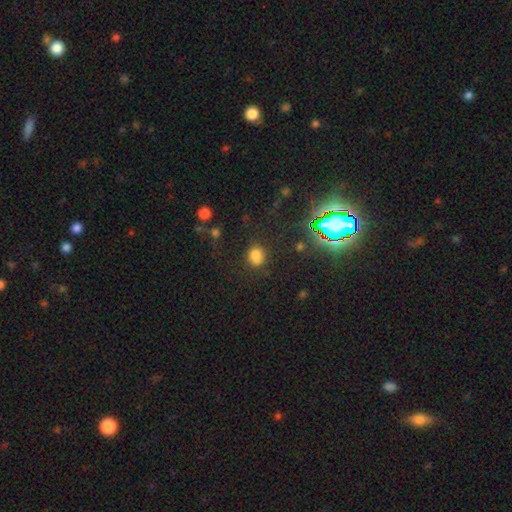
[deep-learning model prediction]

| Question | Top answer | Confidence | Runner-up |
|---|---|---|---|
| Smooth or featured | smooth | 73% | star or artifact (21%) |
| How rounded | round | 54% | in between (45%) |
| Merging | none | 75% | minor disturbance (15%) |